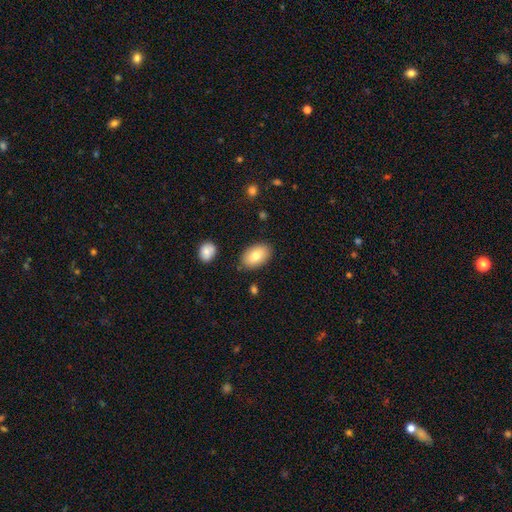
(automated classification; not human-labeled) This appears to be a smooth galaxy with no disk features (77%) that is in between round and cigar-shaped (91%). Merging: none (84%).